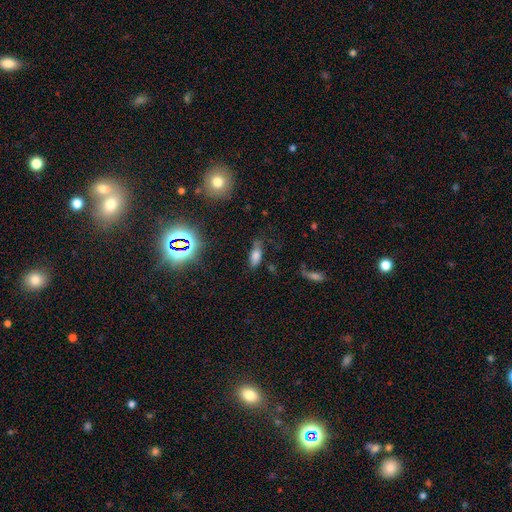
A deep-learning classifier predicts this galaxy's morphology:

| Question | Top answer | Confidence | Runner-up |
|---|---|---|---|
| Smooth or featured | smooth | 72% | star or artifact (16%) |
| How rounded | in between | 79% | cigar-shaped (17%) |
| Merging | none | 65% | minor disturbance (24%) |